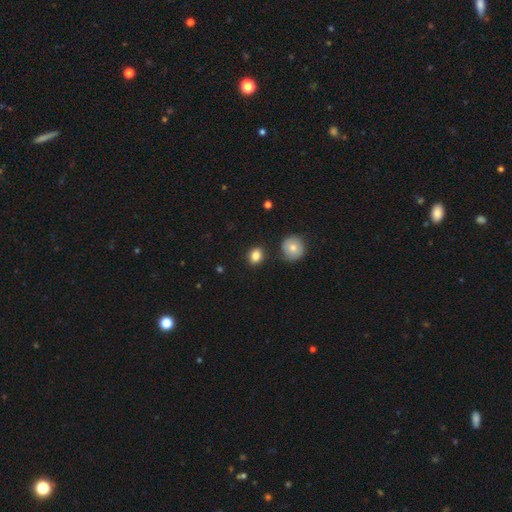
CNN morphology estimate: This appears to be a smooth galaxy with no disk features (85%) that is round (55%). Merging: none (85%).